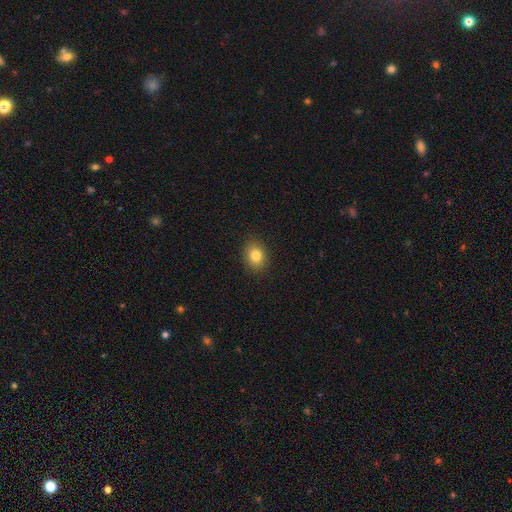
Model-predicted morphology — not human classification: smooth_or_featured: smooth (p=0.82) [alt: star or artifact p=0.10]
how_rounded: in between (p=0.56) [alt: round p=0.43]
merging: none (p=0.89) [alt: minor disturbance p=0.08]